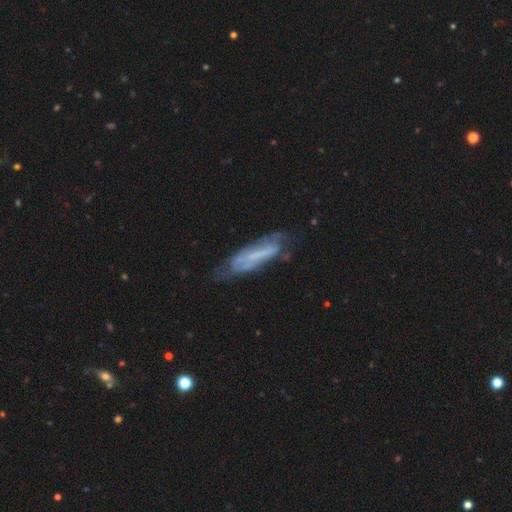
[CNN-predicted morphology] type=featured or disk (58%); edge-on=no (67%); merging=none (51%).